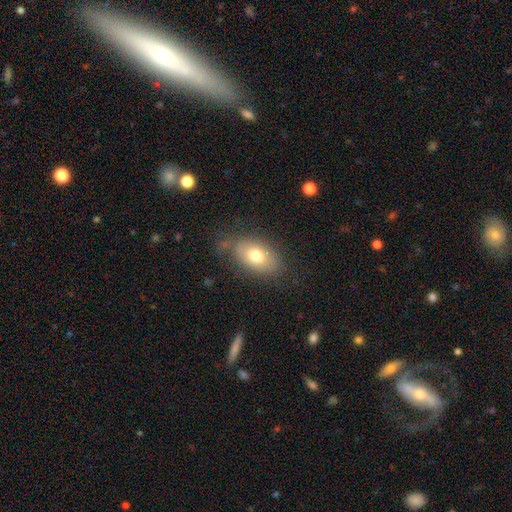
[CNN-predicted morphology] Q: Smooth or featured?
A: smooth (73%); runner-up: featured or disk (19%)
Q: How rounded?
A: in between (89%); runner-up: round (9%)
Q: Merging?
A: none (69%); runner-up: minor disturbance (21%)